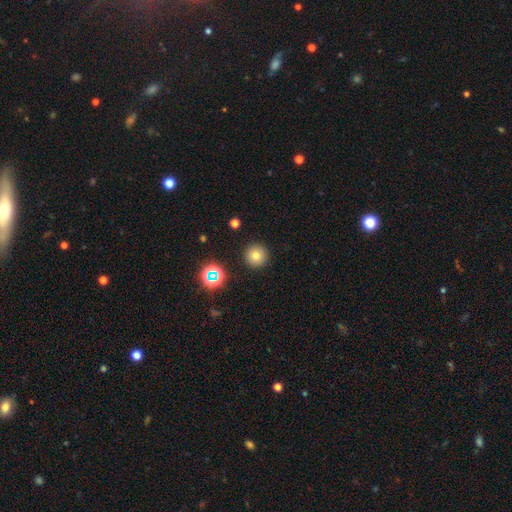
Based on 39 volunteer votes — smooth_or_featured: smooth (p=0.92) [alt: star or artifact p=0.08]
how_rounded: round (p=1.00)
merging: none (p=0.94) [alt: minor disturbance p=0.06]